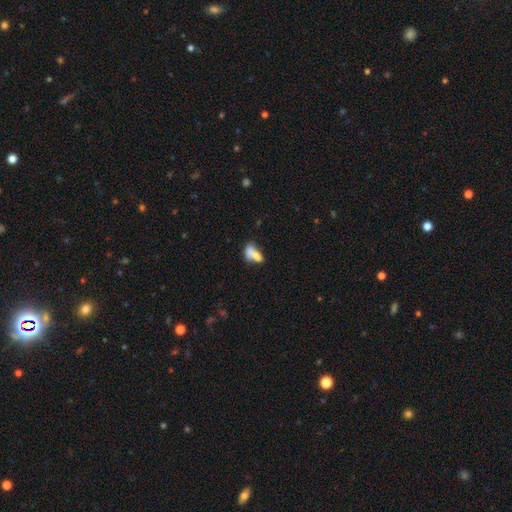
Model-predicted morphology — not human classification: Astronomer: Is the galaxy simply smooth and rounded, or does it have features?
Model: smooth — 68%.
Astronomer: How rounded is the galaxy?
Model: in between — 79%.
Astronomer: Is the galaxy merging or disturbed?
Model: merger — 60%.